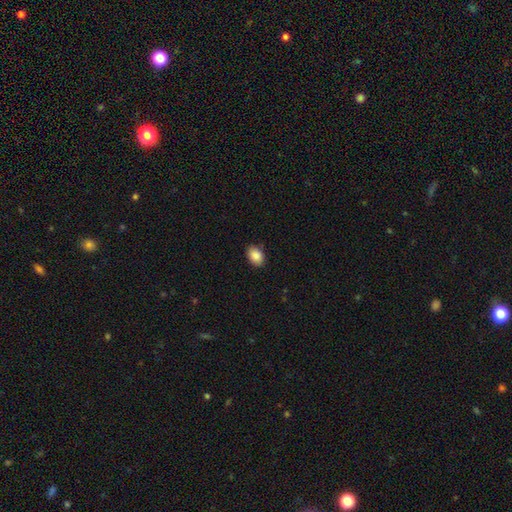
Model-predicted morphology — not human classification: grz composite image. It shows a smooth galaxy with no disk features (89%) that is in between round and cigar-shaped (83%). Merging: none (87%).